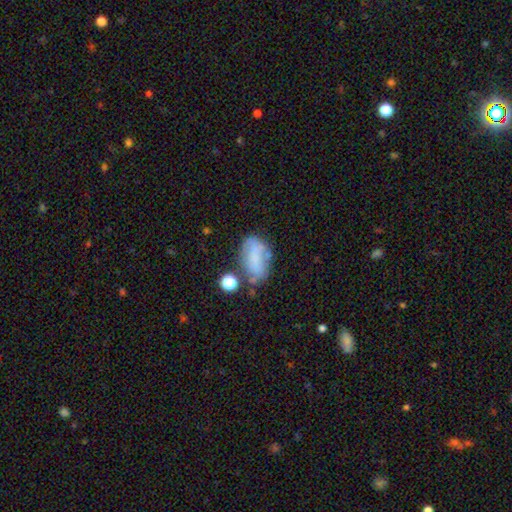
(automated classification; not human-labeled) Q: Smooth or featured?
A: smooth (59%); runner-up: featured or disk (30%)
Q: How rounded?
A: in between (87%); runner-up: round (10%)
Q: Merging?
A: none (44%); runner-up: minor disturbance (26%)